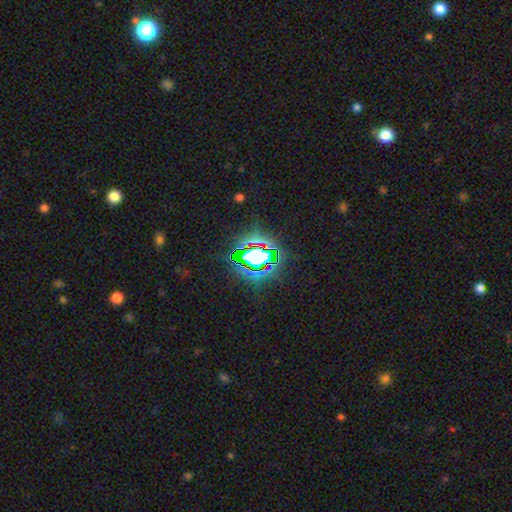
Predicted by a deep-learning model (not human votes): Smooth or featured? Predicted: star or artifact (p=0.70).